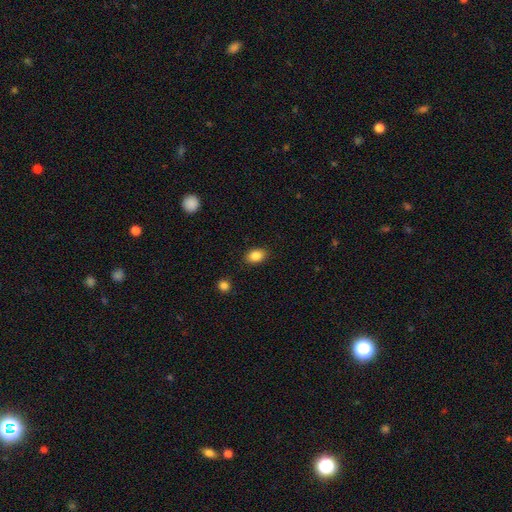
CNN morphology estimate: Smooth or featured? smooth (86%)
How rounded? in between (77%)
Merging? none (87%)